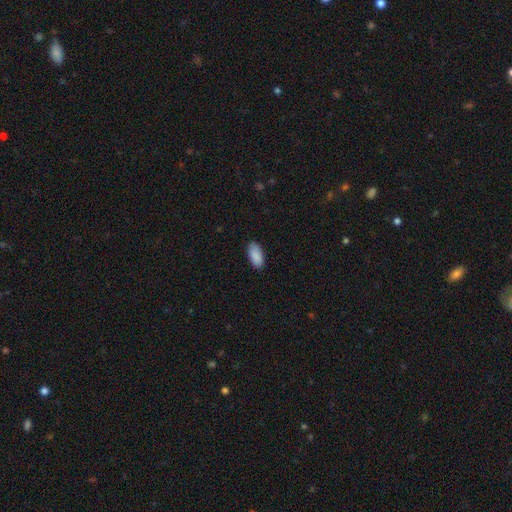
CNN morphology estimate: smooth 90%, star or artifact 6%, featured or disk 4%. Down the decision tree: how rounded — in between (93%); merging — none (86%).